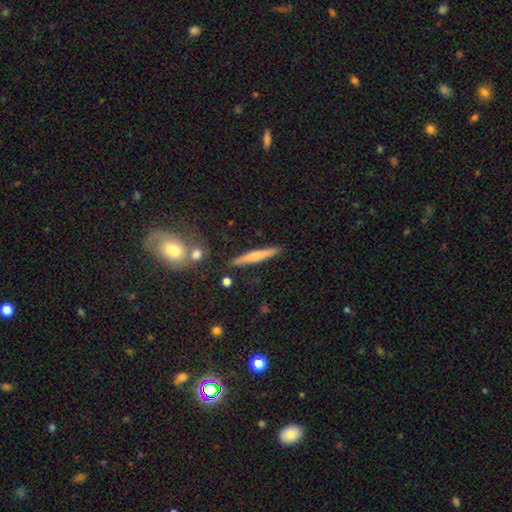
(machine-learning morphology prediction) Smooth or featured? smooth (56%)
How rounded? cigar-shaped (93%)
Merging? none (86%)